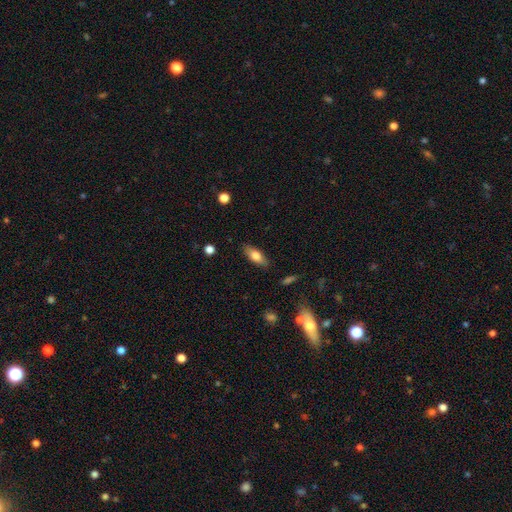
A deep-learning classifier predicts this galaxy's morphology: Overall: smooth (73%). How rounded: in between (74%). Merging: none (86%).